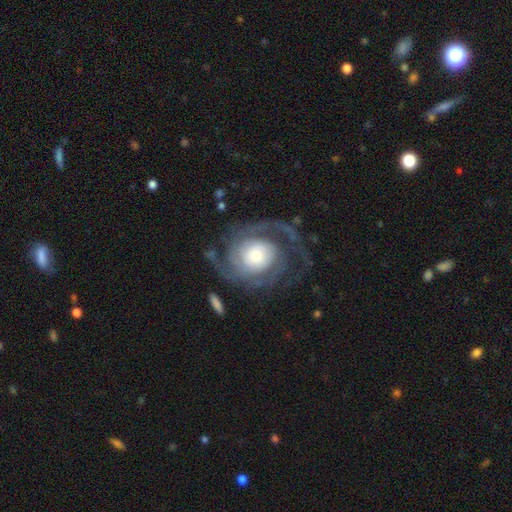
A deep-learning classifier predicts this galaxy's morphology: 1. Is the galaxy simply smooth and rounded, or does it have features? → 86% featured or disk, 9% smooth, 5% star or artifact.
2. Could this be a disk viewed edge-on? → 98% no, 2% yes.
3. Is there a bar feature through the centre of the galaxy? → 75% no, 20% weak, 6% strong.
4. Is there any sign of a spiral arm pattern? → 96% yes, 4% no.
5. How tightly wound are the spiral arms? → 49% tight, 36% medium, 15% loose.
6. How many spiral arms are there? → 41% 2, 20% 3, 16% can't tell, 8% 1, 8% 4, 7% more than 4.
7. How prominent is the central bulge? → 35% moderate, 33% large, 24% small, 6% dominant, 2% none.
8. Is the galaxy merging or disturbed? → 62% none, 21% major disturbance, 14% minor disturbance, 2% merger.